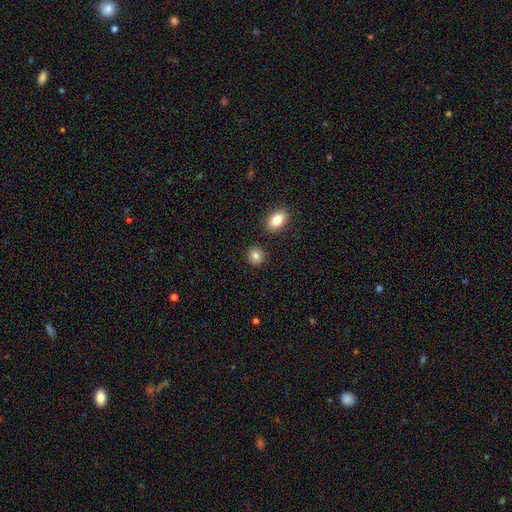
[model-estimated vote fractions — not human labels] Smooth or featured? Predicted: smooth (p=0.84). How rounded? Predicted: round (p=0.82). Merging? Predicted: none (p=0.87).